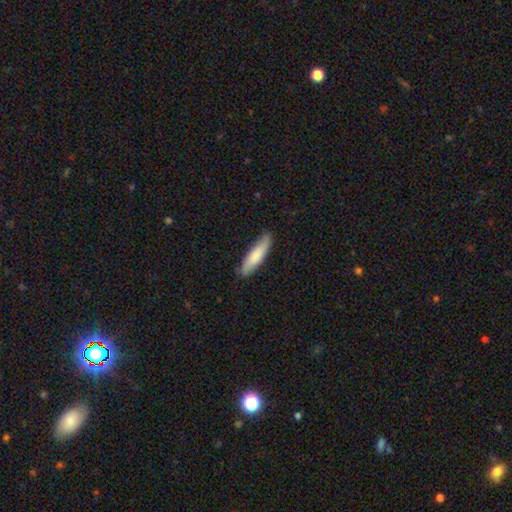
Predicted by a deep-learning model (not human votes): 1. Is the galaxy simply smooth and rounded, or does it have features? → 77% smooth, 18% featured or disk, 5% star or artifact.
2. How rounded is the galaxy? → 76% cigar-shaped, 22% in between, 1% round.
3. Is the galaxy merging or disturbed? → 83% none, 13% minor disturbance, 2% major disturbance, 1% merger.